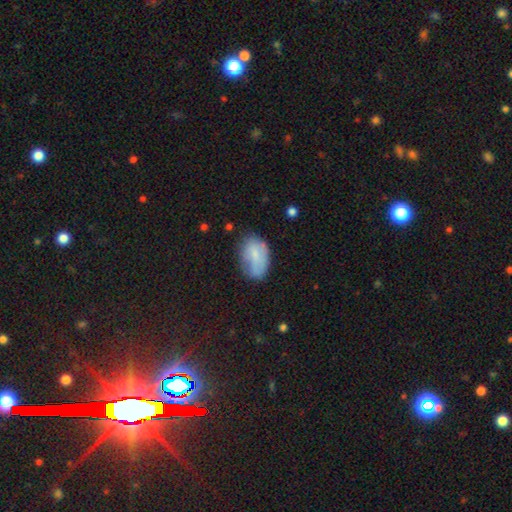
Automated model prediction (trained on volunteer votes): A smooth galaxy with no disk features (70%) that is in between round and cigar-shaped (89%). Merging: none (55%).